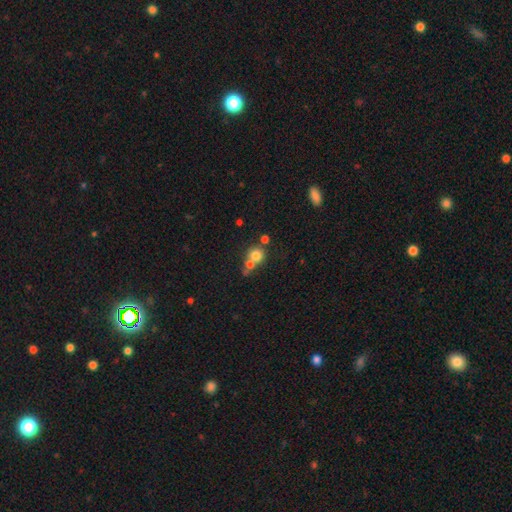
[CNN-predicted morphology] The model was most divided on "merging": merger: 46%, none: 42%, minor disturbance: 8%, major disturbance: 4%. More confident: how rounded — round (86%); smooth or featured — smooth (75%).